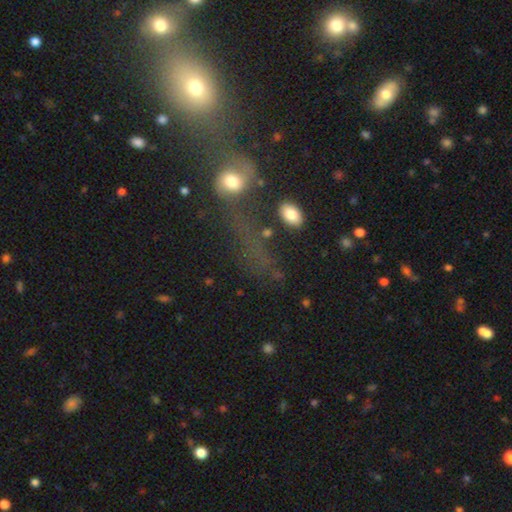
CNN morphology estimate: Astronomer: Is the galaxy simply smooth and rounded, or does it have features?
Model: smooth — 46% (runner-up: star or artifact, 34%).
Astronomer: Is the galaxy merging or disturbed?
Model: none — 33% (runner-up: merger, 29%).